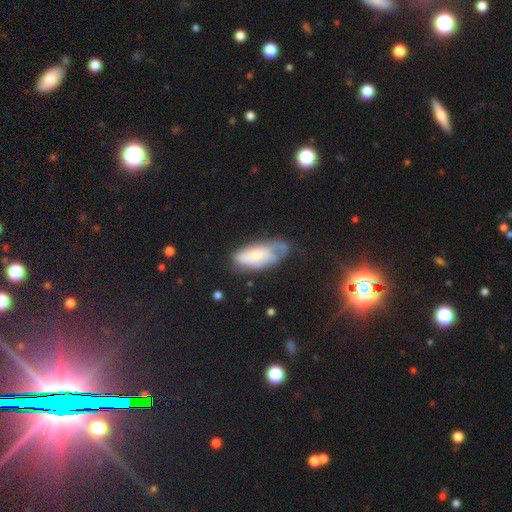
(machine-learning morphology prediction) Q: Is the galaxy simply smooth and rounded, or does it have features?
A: smooth — 46%, tied with featured or disk.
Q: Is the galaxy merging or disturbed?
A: none — 37%.